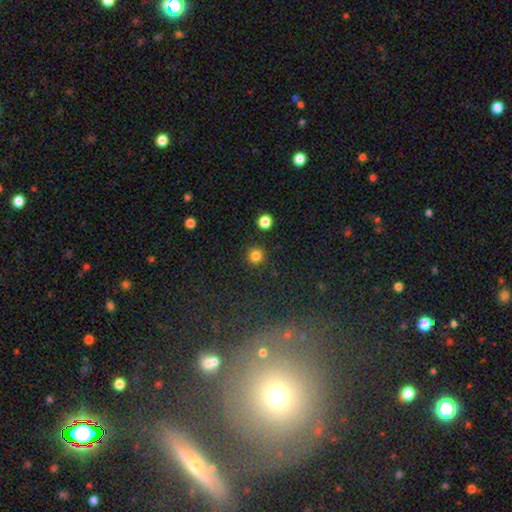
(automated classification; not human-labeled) Morphology: type=smooth (82%); roundness=round (95%); merging=none (90%).